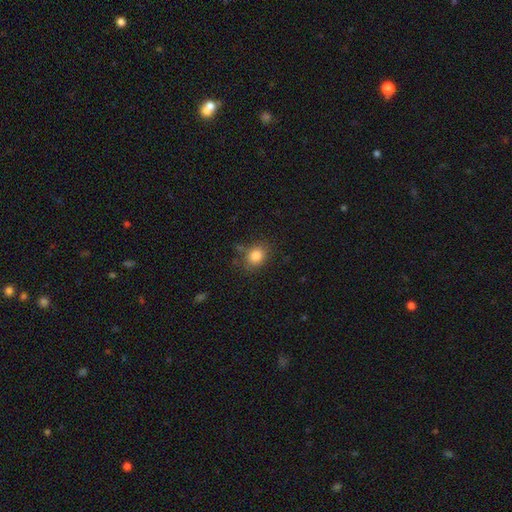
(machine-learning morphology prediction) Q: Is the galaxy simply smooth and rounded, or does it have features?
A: smooth — 84%.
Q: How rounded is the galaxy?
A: in between — 50%.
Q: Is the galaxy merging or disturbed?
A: none — 75%.